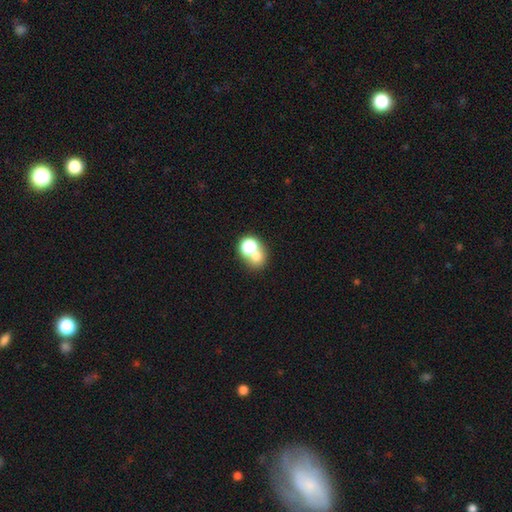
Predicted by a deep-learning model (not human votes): Smooth or featured? Predicted: smooth (p=0.66). How rounded? Predicted: round (p=0.71). Merging? Predicted: merger (p=0.47).